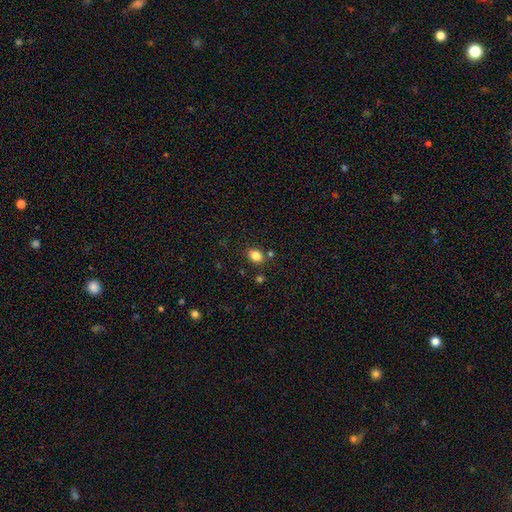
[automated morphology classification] Overall: smooth (82%). How rounded: in between (58%; round 41%). Merging: none (79%).